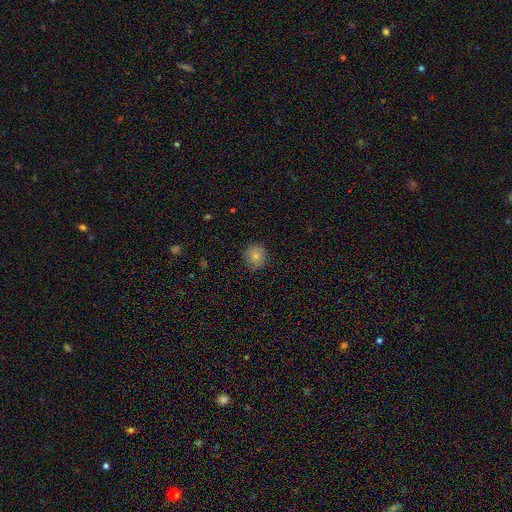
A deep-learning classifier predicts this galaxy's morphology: This is likely a smooth galaxy (78%). How rounded: clearly round (89%). Merging: clearly none (83%).